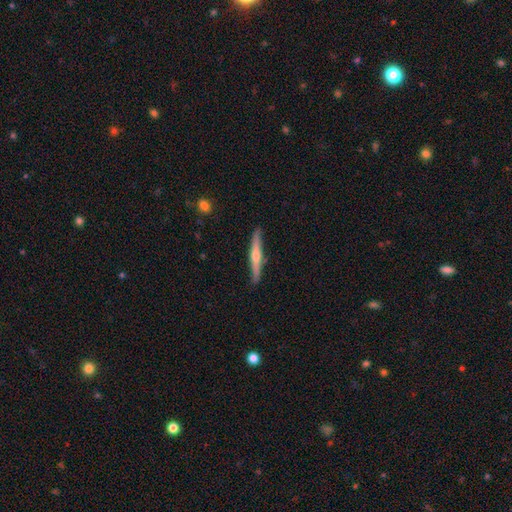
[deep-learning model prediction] Smooth or featured? featured or disk (68%)
Edge-on disk? yes (97%)
Edge-on bulge? rounded (83%)
Merging? none (89%)